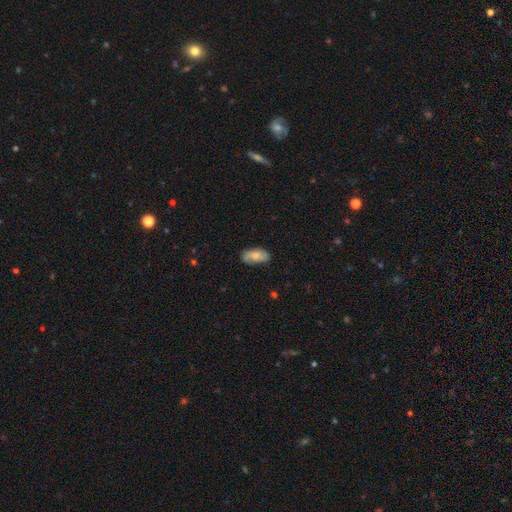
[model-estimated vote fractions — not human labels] smooth_or_featured: smooth (p=0.68) [alt: featured or disk p=0.25]
how_rounded: in between (p=0.90) [alt: cigar-shaped p=0.07]
merging: none (p=0.74) [alt: minor disturbance p=0.21]